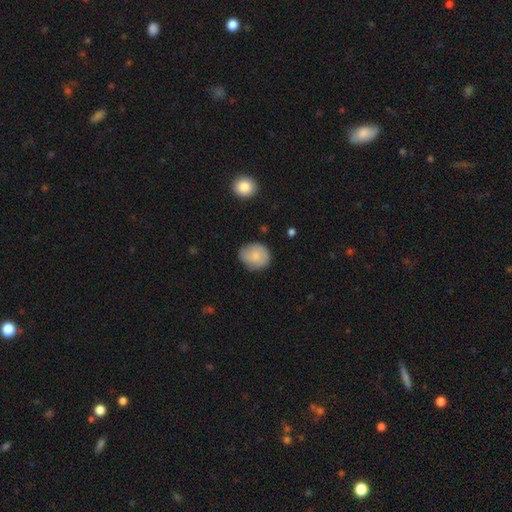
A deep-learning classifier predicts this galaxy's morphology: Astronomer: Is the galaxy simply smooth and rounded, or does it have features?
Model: smooth — 79%.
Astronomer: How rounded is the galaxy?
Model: round — 68%.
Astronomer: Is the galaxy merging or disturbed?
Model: none — 73%.